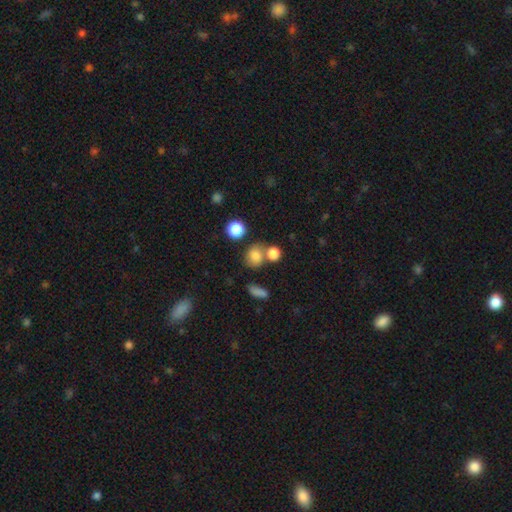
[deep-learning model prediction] Smooth or featured?
  - smooth: 80% *
  - star or artifact: 13%
  - featured or disk: 7%
How rounded?
  - round: 72% *
  - in between: 27%
  - cigar-shaped: 1%
Merging?
  - none: 60% *
  - merger: 26%
  - minor disturbance: 11%
  - major disturbance: 4%